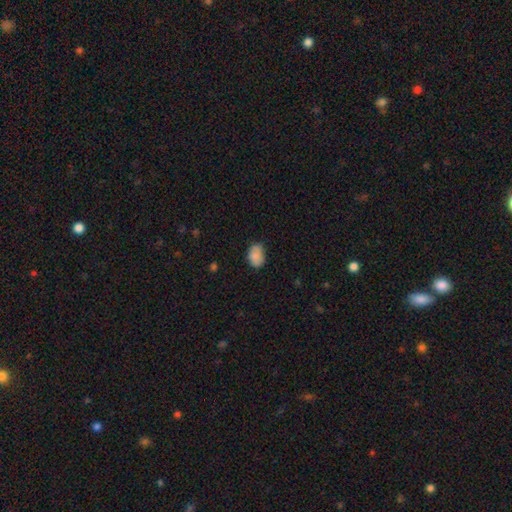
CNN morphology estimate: Smooth or featured: smooth — 84% (star or artifact — 8%)
How rounded: in between — 77% (round — 22%)
Merging: none — 66% (minor disturbance — 27%)